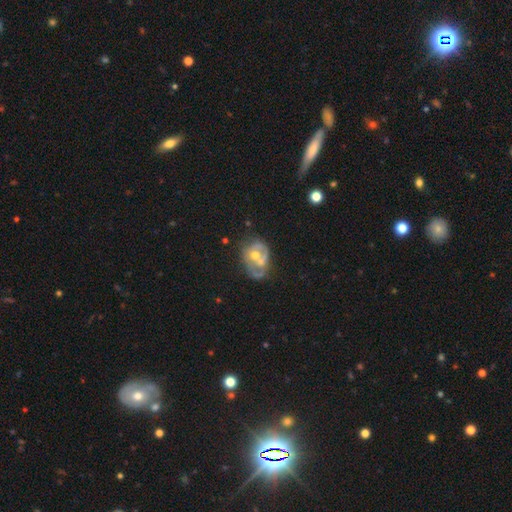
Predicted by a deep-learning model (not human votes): Overall: featured or disk (60%; smooth 32%). Edge-on disk: no (97%). Bar: no (82%). Spiral arms: no (66%; yes 34%). Bulge size: moderate (71%). Merging: merger (27%; major disturbance 26%).